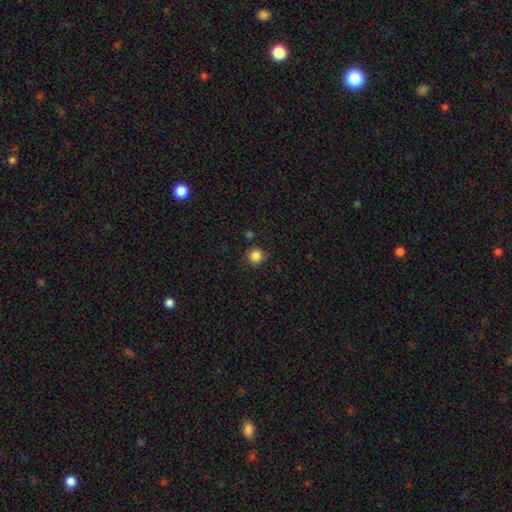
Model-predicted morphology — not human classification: A smooth galaxy with no disk features (85%) that is round (92%).

Vote fractions:
- Smooth or featured? smooth: 85% / star or artifact: 11% / featured or disk: 4%
- How rounded? round: 92% / in between: 7% / cigar-shaped: 1%
- Merging? none: 85% / minor disturbance: 10% / major disturbance: 3% / merger: 2%